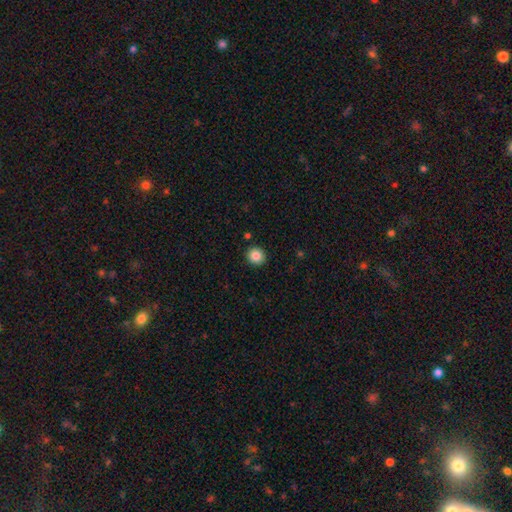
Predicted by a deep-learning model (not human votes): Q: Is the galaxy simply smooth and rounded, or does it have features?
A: smooth — 85%.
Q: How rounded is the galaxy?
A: round — 91%.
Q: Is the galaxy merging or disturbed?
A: none — 91%.